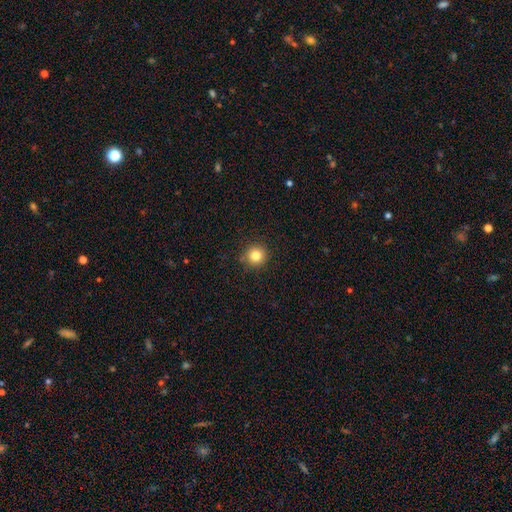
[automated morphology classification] The model was most divided on "smooth or featured": smooth: 82%, star or artifact: 12%, featured or disk: 6%. More confident: how rounded — round (94%); merging — none (89%).